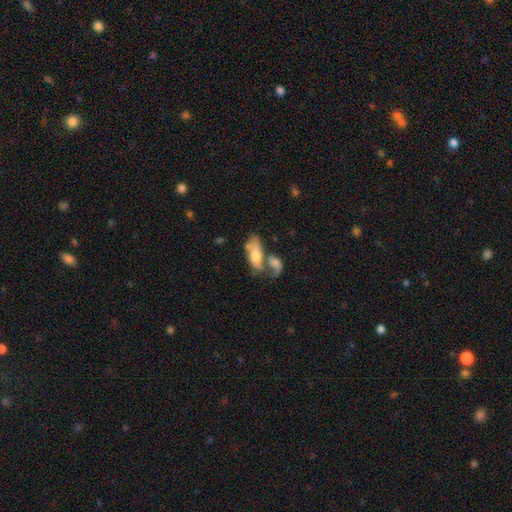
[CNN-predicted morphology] The model was most divided on "smooth or featured": smooth: 51%, featured or disk: 41%, star or artifact: 8%. More confident: how rounded — in between (80%); merging — merger (57%).